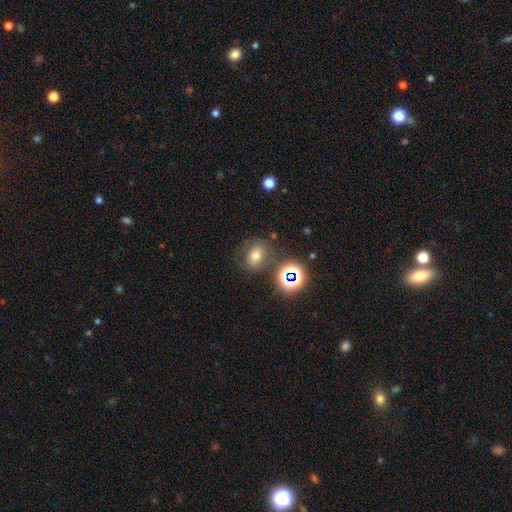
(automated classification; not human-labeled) Q: Smooth or featured?
A: smooth (63%); runner-up: star or artifact (23%)
Q: How rounded?
A: in between (52%); runner-up: round (47%)
Q: Merging?
A: none (71%); runner-up: minor disturbance (14%)